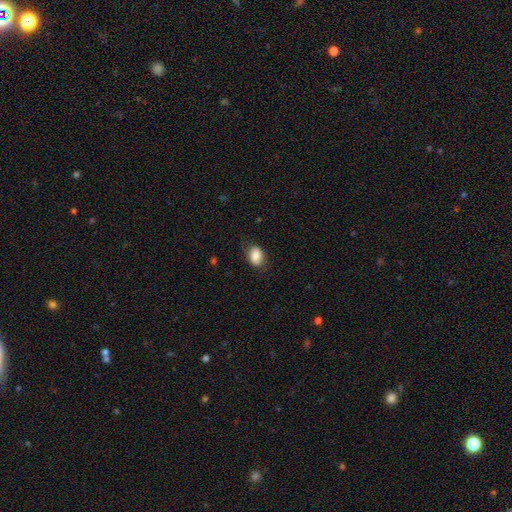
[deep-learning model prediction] Q: Smooth or featured?
A: smooth (85%); runner-up: featured or disk (8%)
Q: How rounded?
A: in between (76%); runner-up: round (23%)
Q: Merging?
A: none (78%); runner-up: minor disturbance (17%)